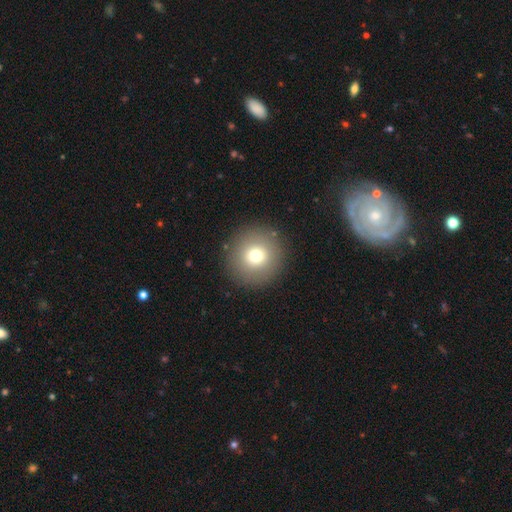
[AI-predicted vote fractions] The model was most divided on "smooth or featured": smooth: 74%, featured or disk: 14%, star or artifact: 13%. More confident: how rounded — round (96%); merging — none (90%).